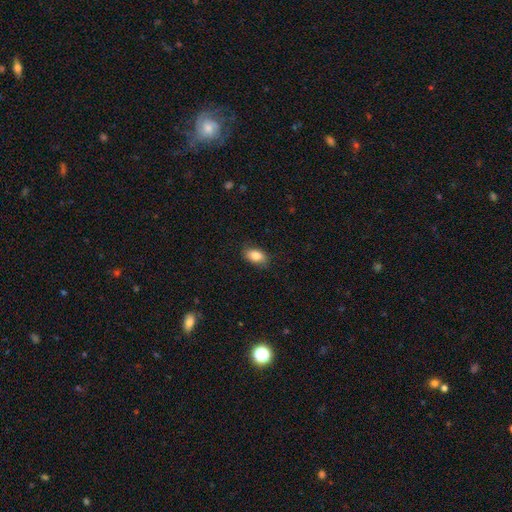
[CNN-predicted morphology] smooth-or-featured: smooth: 83% | featured or disk: 9% | star or artifact: 8%
  how-rounded: in between: 89% | round: 9% | cigar-shaped: 2%
  merging: none: 85% | minor disturbance: 12% | major disturbance: 3% | merger: 1%